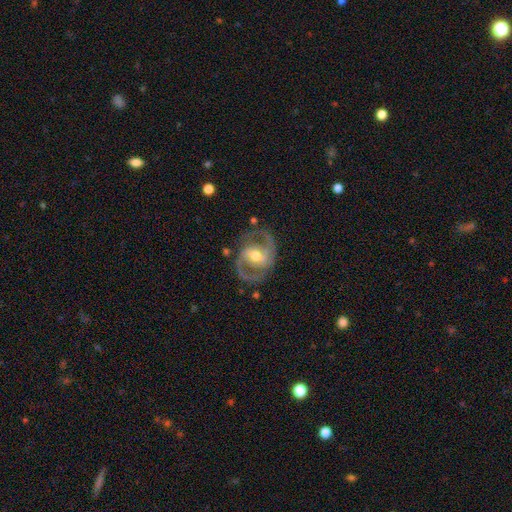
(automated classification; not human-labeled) This appears to be a featured or disk galaxy (89%) with a weak bar (45%), 2 (92%) medium (62%) spiral arms (95%) and a moderate central bulge (70%). Merging: none (79%).